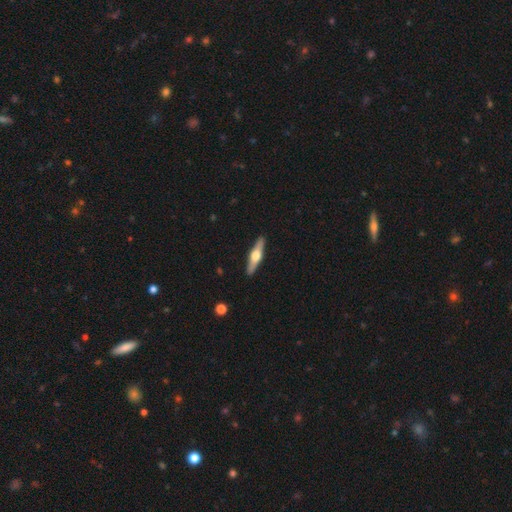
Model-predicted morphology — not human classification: A featured or disk galaxy (65%) viewed edge-on (96%) with a rounded central bulge (95%).

Vote fractions:
- Smooth or featured? featured or disk: 65% / smooth: 30% / star or artifact: 5%
- Edge-on disk? yes: 96% / no: 4%
- Edge-on bulge? rounded: 95% / boxy: 4% / none: 2%
- Merging? none: 91% / minor disturbance: 6% / major disturbance: 1% / merger: 1%